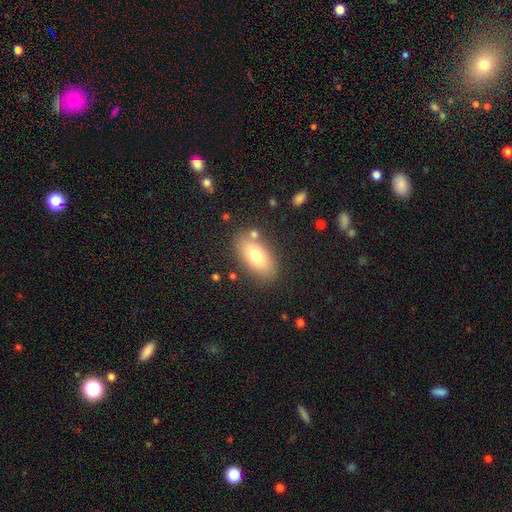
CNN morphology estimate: smooth 74%, featured or disk 18%, star or artifact 8%. Down the decision tree: how rounded — in between (89%); merging — none (79%).